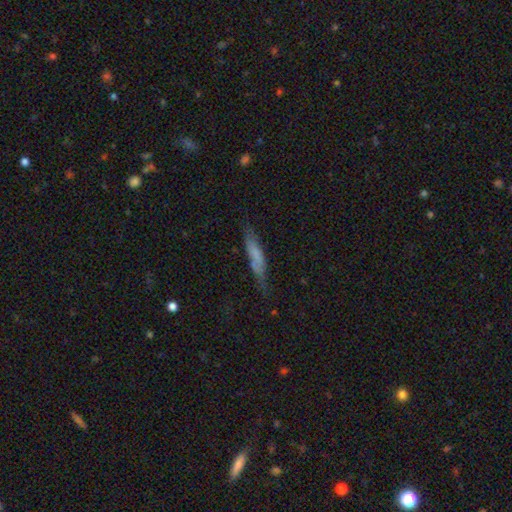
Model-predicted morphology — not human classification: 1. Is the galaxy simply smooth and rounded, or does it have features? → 63% smooth, 29% featured or disk, 8% star or artifact.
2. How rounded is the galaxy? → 87% cigar-shaped, 11% in between, 2% round.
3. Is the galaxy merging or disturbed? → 67% none, 23% minor disturbance, 6% major disturbance, 3% merger.